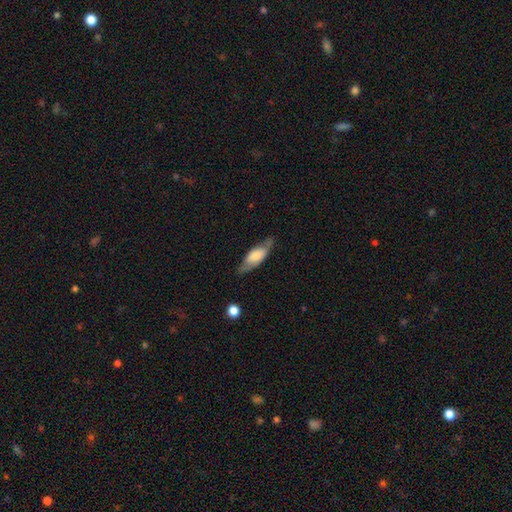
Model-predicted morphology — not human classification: The model was most divided on "smooth or featured": smooth: 53%, featured or disk: 41%, star or artifact: 6%. More confident: merging — none (72%); how rounded — in between (65%).